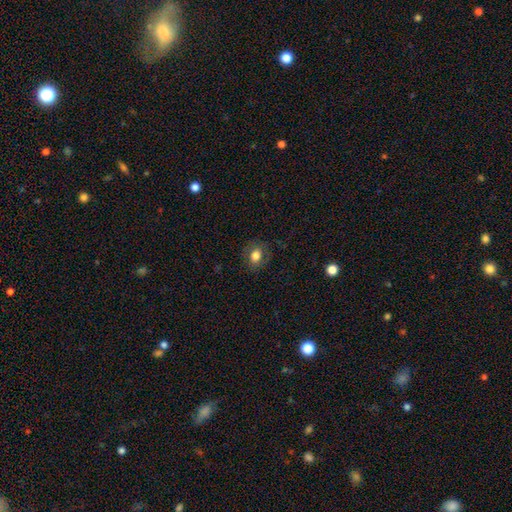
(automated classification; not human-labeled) A smooth galaxy with no disk features (77%) that is round (52%).

Vote fractions:
- Smooth or featured? smooth: 77% / featured or disk: 13% / star or artifact: 10%
- How rounded? round: 52% / in between: 47% / cigar-shaped: 1%
- Merging? none: 81% / minor disturbance: 13% / major disturbance: 5% / merger: 1%